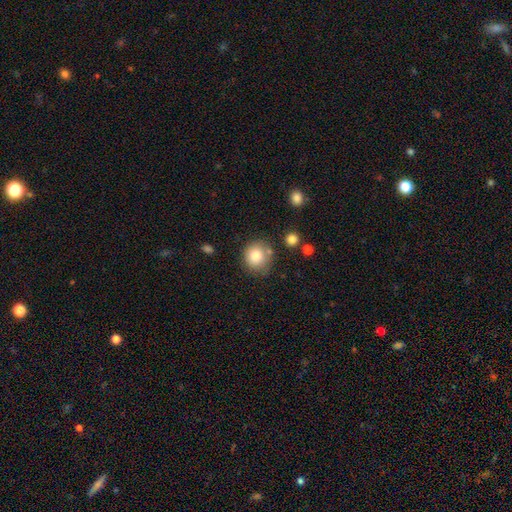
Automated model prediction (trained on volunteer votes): A smooth galaxy with no disk features (82%) that is round (85%). Merging: none (72%).